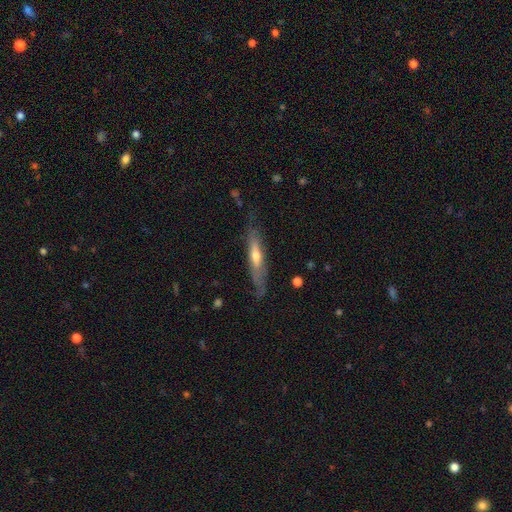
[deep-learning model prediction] A featured or disk galaxy (57%) viewed edge-on (75%).

Vote fractions:
- Smooth or featured? featured or disk: 57% / smooth: 37% / star or artifact: 6%
- Edge-on disk? yes: 75% / no: 25%
- Merging? none: 70% / minor disturbance: 22% / major disturbance: 7% / merger: 2%